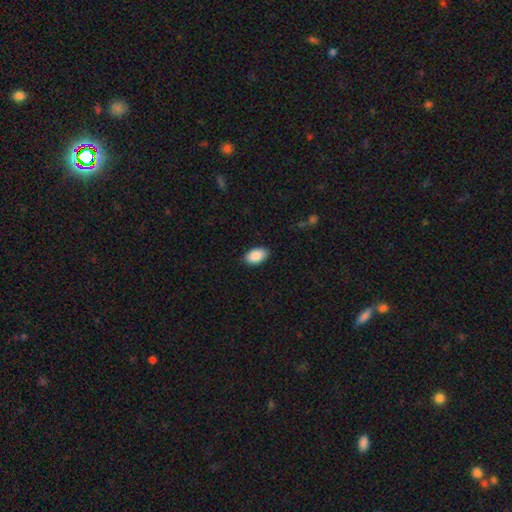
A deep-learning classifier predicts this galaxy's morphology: type=smooth (90%); roundness=in between (93%); merging=none (86%).